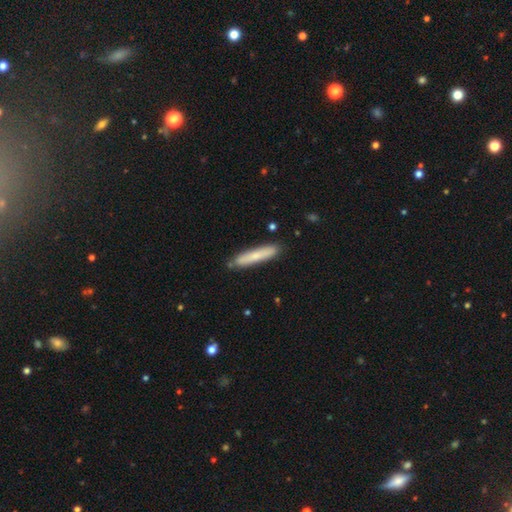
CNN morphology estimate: Smooth or featured: smooth — 69% (featured or disk — 25%)
How rounded: cigar-shaped — 91% (in between — 8%)
Merging: none — 83% (minor disturbance — 12%)